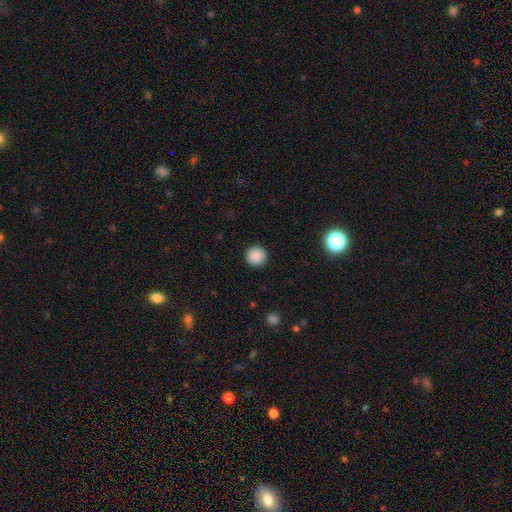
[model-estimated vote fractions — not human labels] A smooth galaxy with no disk features (88%) that is round (96%).

Vote fractions:
- Smooth or featured? smooth: 88% / star or artifact: 9% / featured or disk: 3%
- How rounded? round: 96% / in between: 3% / cigar-shaped: 1%
- Merging? none: 93% / minor disturbance: 5% / major disturbance: 2% / merger: 1%